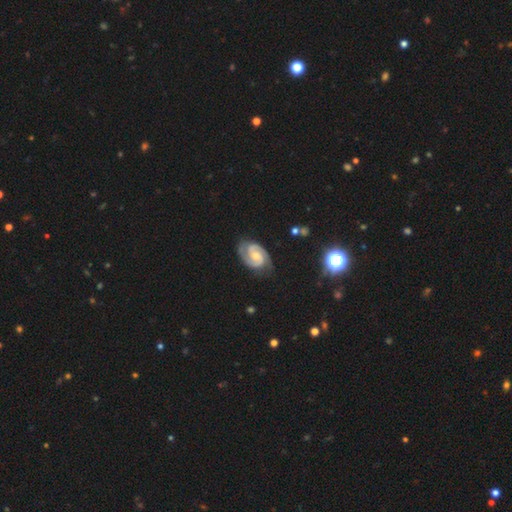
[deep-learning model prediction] A featured or disk galaxy (91%) with no bar (53%), 2 (92%) tight (51%) spiral arms (98%) and a small central bulge (47%). Merging: none (78%).